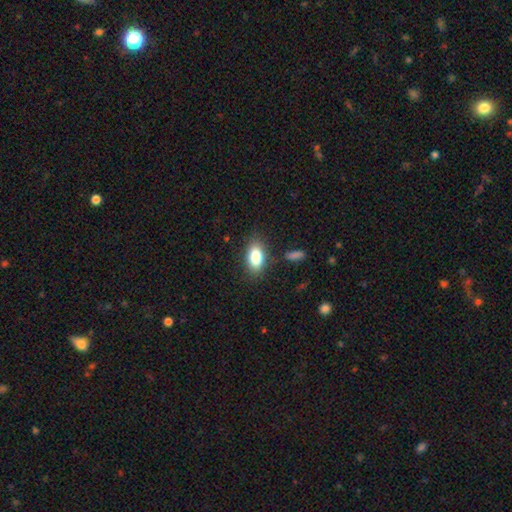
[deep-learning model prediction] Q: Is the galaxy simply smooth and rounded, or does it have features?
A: smooth — 82%.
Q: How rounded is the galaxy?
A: in between — 88%.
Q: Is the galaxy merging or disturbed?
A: none — 84%.